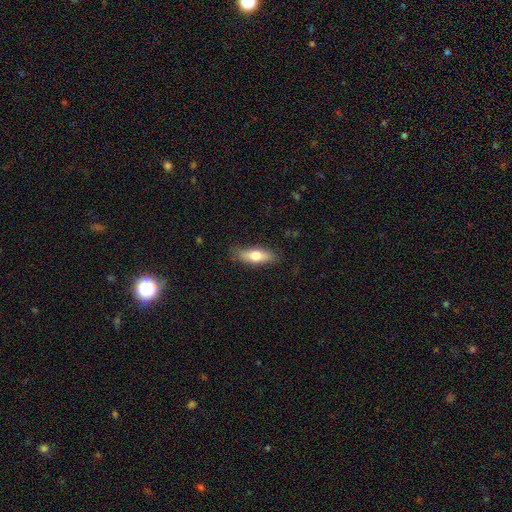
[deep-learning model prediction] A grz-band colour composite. It shows a smooth galaxy with no disk features (66%) that is in between round and cigar-shaped (60%). Merging: none (83%).